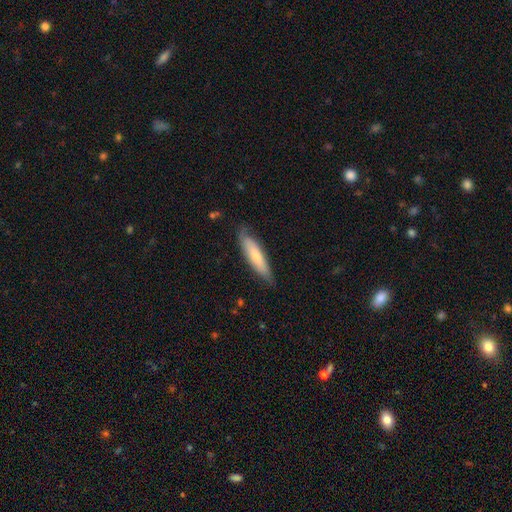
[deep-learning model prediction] smooth_or_featured: smooth (p=0.67) [alt: featured or disk p=0.27]
how_rounded: cigar-shaped (p=0.73) [alt: in between p=0.25]
merging: none (p=0.77) [alt: minor disturbance p=0.18]